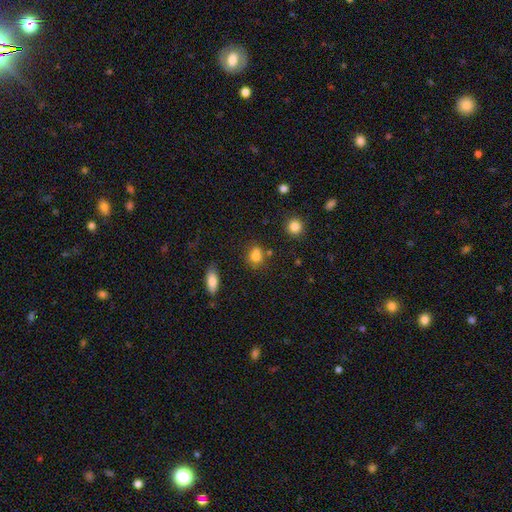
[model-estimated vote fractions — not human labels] The model was most divided on "how rounded" (2-way tie): in between: 49%, round: 49%, cigar-shaped: 2%. More confident: smooth or featured — smooth (80%); merging — none (63%).